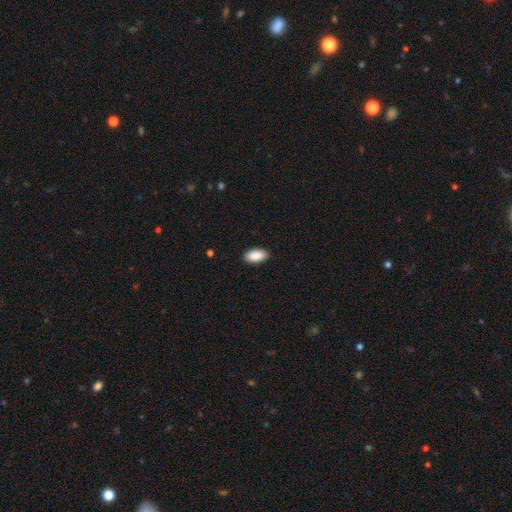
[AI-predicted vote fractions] Morphology: type=smooth (91%); roundness=in between (94%); merging=none (89%).